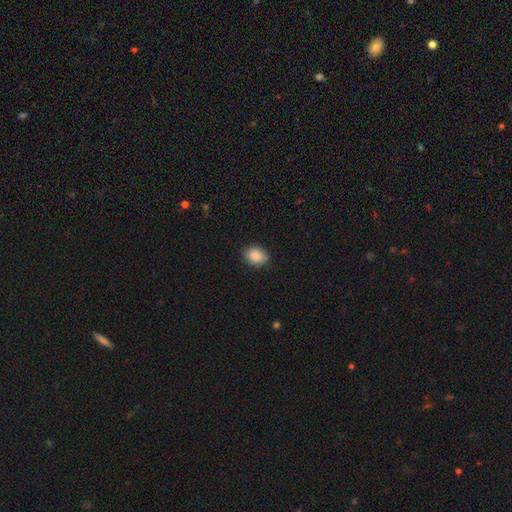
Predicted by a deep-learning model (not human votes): A smooth galaxy with no disk features (88%) that is in between round and cigar-shaped (52%).

Vote fractions:
- Smooth or featured? smooth: 88% / star or artifact: 8% / featured or disk: 4%
- How rounded? in between: 52% / round: 47% / cigar-shaped: 1%
- Merging? none: 86% / minor disturbance: 11% / major disturbance: 2% / merger: 1%